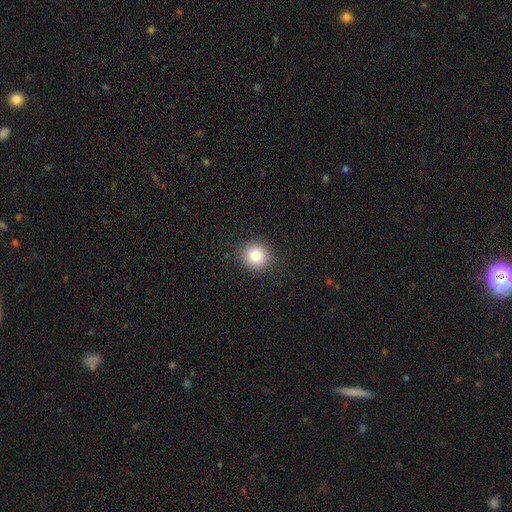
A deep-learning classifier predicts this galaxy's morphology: A smooth galaxy with no disk features (80%) that is round (85%).

Vote fractions:
- Smooth or featured? smooth: 80% / star or artifact: 11% / featured or disk: 8%
- How rounded? round: 85% / in between: 14% / cigar-shaped: 1%
- Merging? none: 89% / minor disturbance: 8% / major disturbance: 3% / merger: 1%